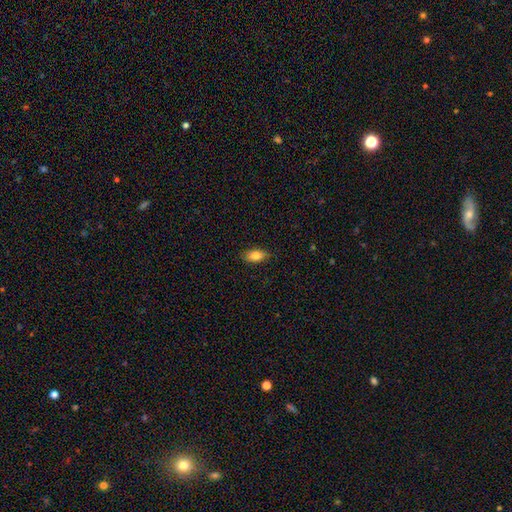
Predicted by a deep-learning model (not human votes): Morphology: type=smooth (81%); roundness=in between (88%); merging=none (84%).